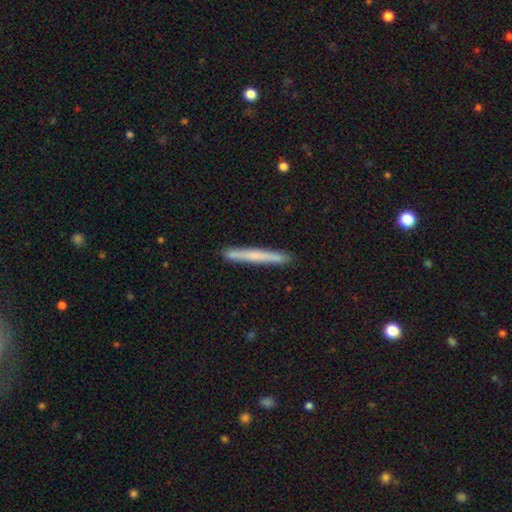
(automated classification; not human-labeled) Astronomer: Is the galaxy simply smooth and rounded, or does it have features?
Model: smooth — 62%.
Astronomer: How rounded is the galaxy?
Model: cigar-shaped — 97%.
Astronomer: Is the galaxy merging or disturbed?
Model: none — 90%.